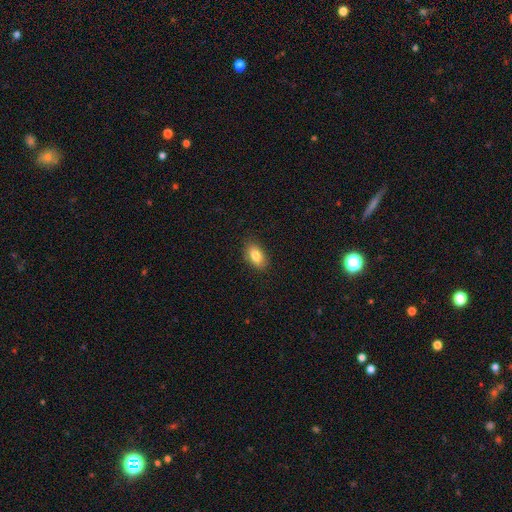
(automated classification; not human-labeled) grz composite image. It shows a smooth galaxy with no disk features (83%) that is in between round and cigar-shaped (90%). Merging: none (86%).